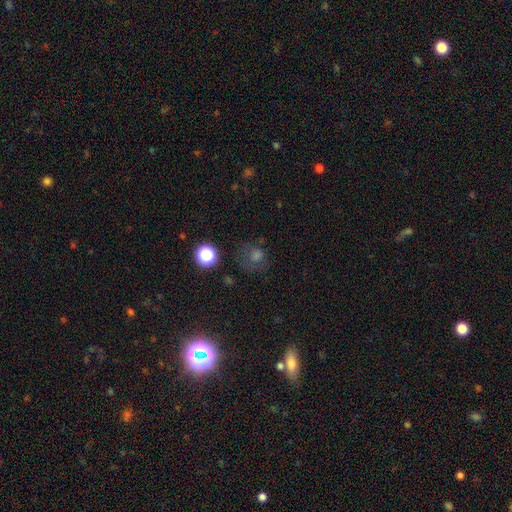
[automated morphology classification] A smooth galaxy with no disk features (51%) that is round (80%).

Vote fractions:
- Smooth or featured? smooth: 51% / star or artifact: 34% / featured or disk: 14%
- How rounded? round: 80% / in between: 18% / cigar-shaped: 1%
- Merging? none: 65% / minor disturbance: 18% / major disturbance: 14% / merger: 3%